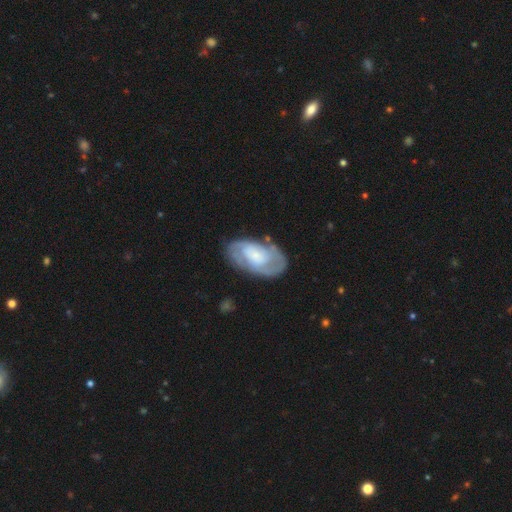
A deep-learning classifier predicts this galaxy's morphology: type=featured or disk (74%); edge-on=no (96%); bar=no (64%); spiral arms=yes (88%); winding=tight (50%); arm count=2 (52%); bulge=small (53%); merging=none (69%).